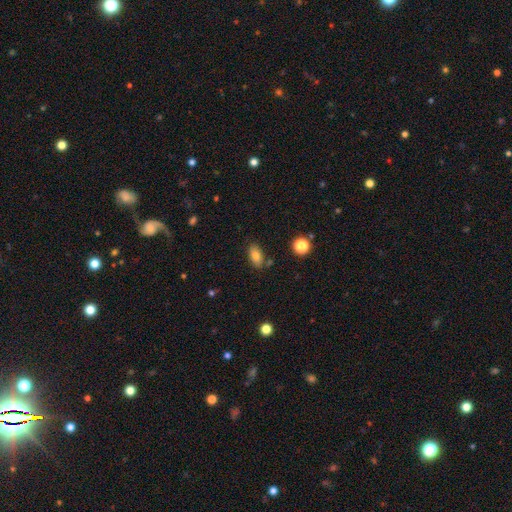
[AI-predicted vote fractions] This is likely a smooth galaxy (79%). How rounded: clearly in between (87%). Merging: clearly none (82%).